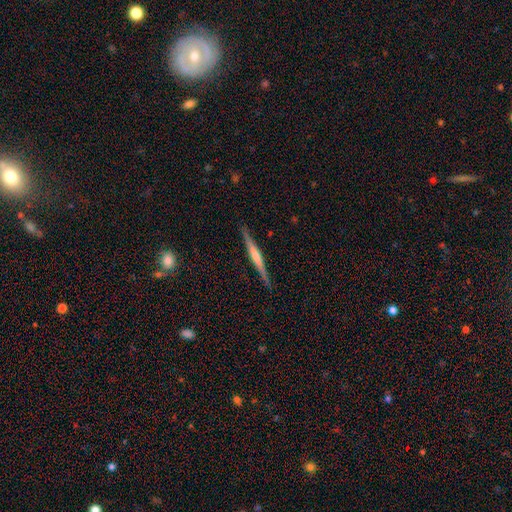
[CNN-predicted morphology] type=featured or disk (67%); edge-on=yes (98%); edge-on bulge=rounded (44%); merging=none (90%).